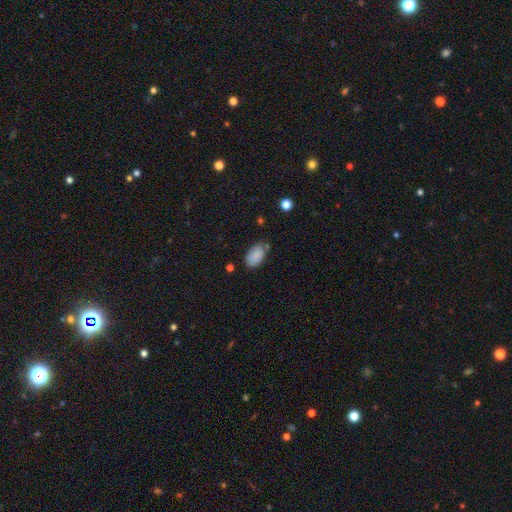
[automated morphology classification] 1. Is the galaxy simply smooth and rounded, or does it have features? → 88% smooth, 8% star or artifact, 4% featured or disk.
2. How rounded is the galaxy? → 94% in between, 5% round, 2% cigar-shaped.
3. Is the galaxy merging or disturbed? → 74% none, 18% minor disturbance, 5% merger, 4% major disturbance.